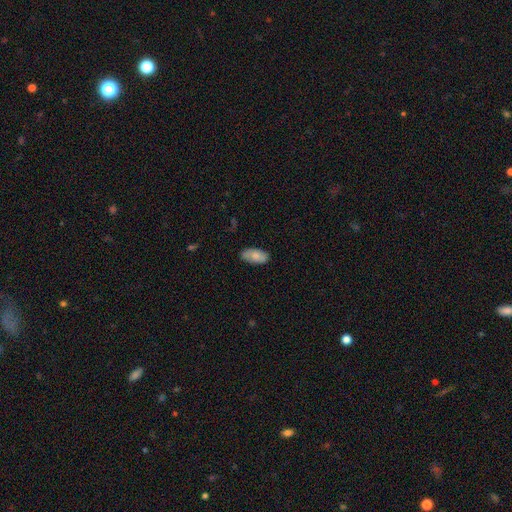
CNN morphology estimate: smooth 79%, featured or disk 15%, star or artifact 6%. Down the decision tree: how rounded — in between (93%); merging — none (81%).